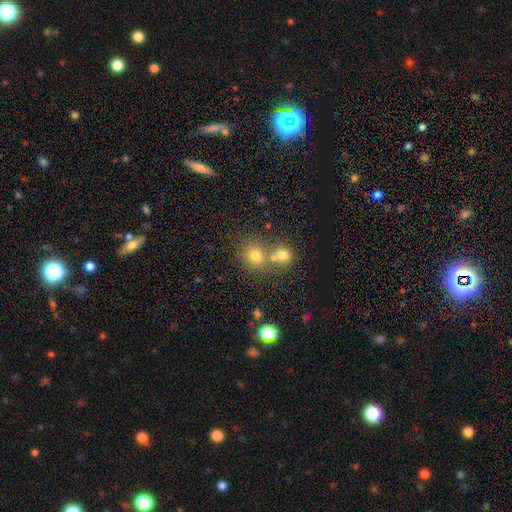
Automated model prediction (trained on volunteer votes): This is likely a smooth galaxy (72%). How rounded: clearly round (81%). Merging: possibly none (53%).